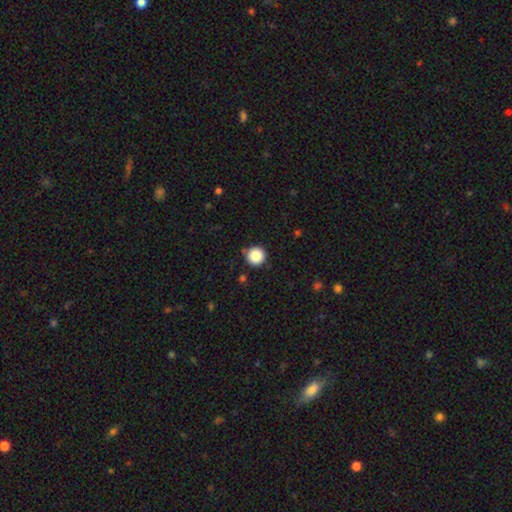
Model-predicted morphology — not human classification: Q: Smooth or featured?
A: smooth (86%); runner-up: star or artifact (10%)
Q: How rounded?
A: round (96%); runner-up: in between (3%)
Q: Merging?
A: none (88%); runner-up: minor disturbance (7%)